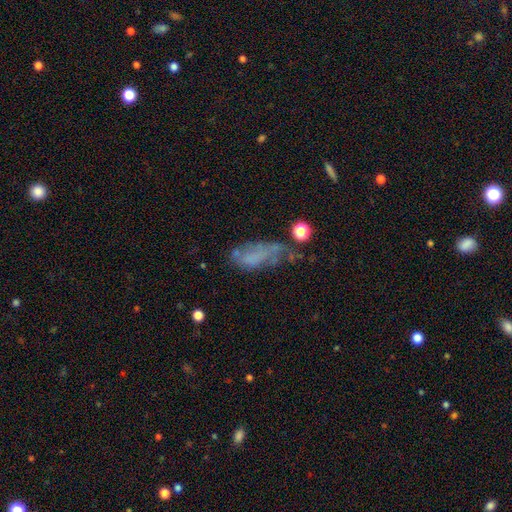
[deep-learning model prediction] smooth-or-featured: smooth: 47% | featured or disk: 37% | star or artifact: 16%
  merging: major disturbance: 36% | none: 28% | minor disturbance: 28% | merger: 9%